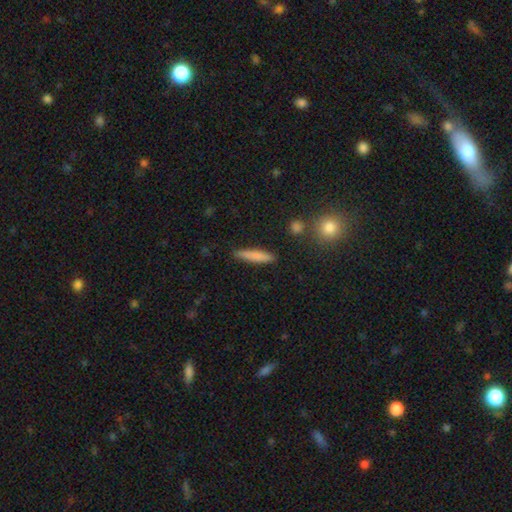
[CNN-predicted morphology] smooth_or_featured: smooth (p=0.77) [alt: featured or disk p=0.16]
how_rounded: cigar-shaped (p=0.90) [alt: in between p=0.08]
merging: none (p=0.87) [alt: minor disturbance p=0.09]